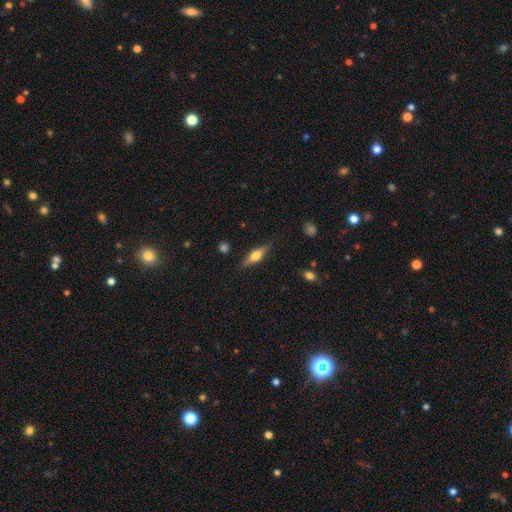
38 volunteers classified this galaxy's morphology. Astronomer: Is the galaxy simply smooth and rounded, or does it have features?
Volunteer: smooth — 55% (runner-up: featured or disk, 39%).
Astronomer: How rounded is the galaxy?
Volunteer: cigar-shaped — 71%.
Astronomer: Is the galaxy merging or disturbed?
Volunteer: none — 89%.